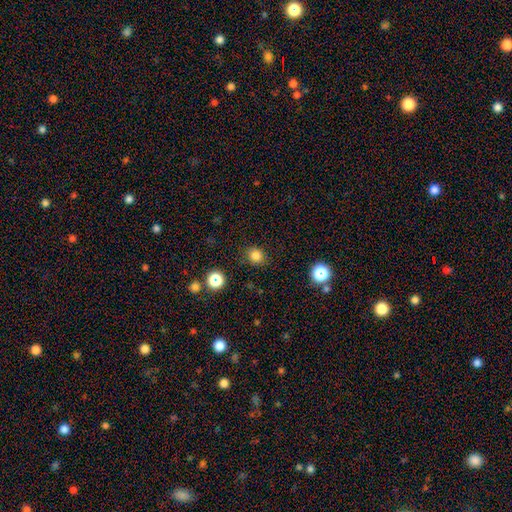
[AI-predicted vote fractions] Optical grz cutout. It shows a smooth galaxy with no disk features (81%) that is round (81%). Merging: none (87%).